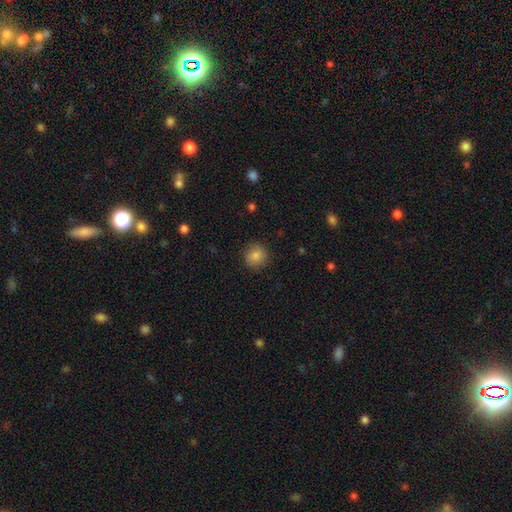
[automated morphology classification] This appears to be a smooth galaxy with no disk features (85%) that is round (90%). Merging: none (87%).